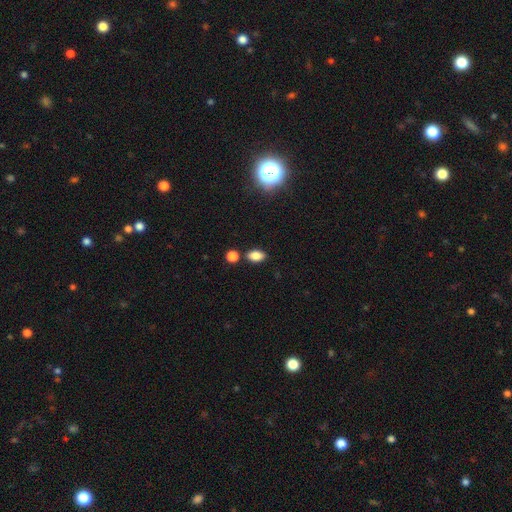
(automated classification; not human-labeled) Smooth or featured: smooth — 83% (star or artifact — 11%)
How rounded: in between — 87% (round — 10%)
Merging: none — 77% (minor disturbance — 10%)